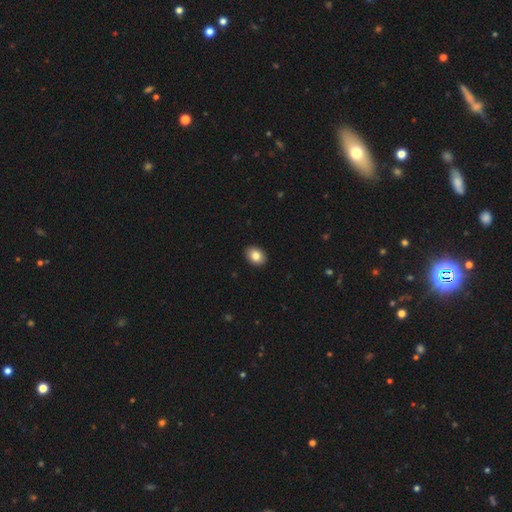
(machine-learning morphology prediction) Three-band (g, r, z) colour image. It shows a smooth galaxy with no disk features (84%) that is in between round and cigar-shaped (69%). Merging: none (91%).